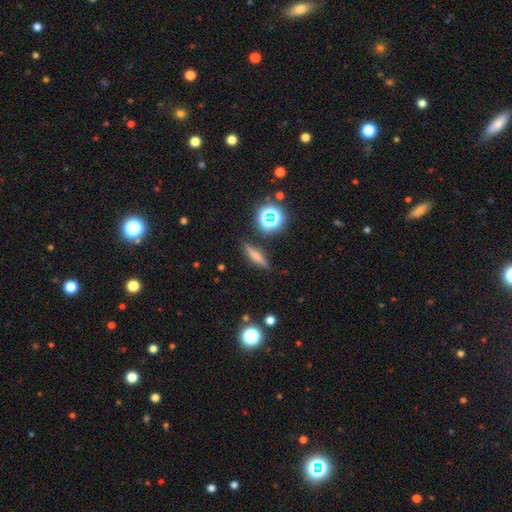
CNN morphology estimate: Smooth or featured: smooth — 60% (featured or disk — 25%)
How rounded: cigar-shaped — 75% (in between — 19%)
Merging: none — 85% (minor disturbance — 9%)